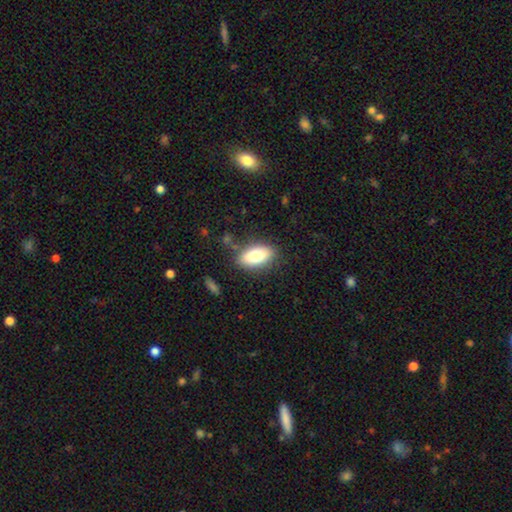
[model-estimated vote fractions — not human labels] Smooth or featured: smooth — 76% (featured or disk — 16%)
How rounded: in between — 88% (cigar-shaped — 6%)
Merging: none — 82% (minor disturbance — 12%)